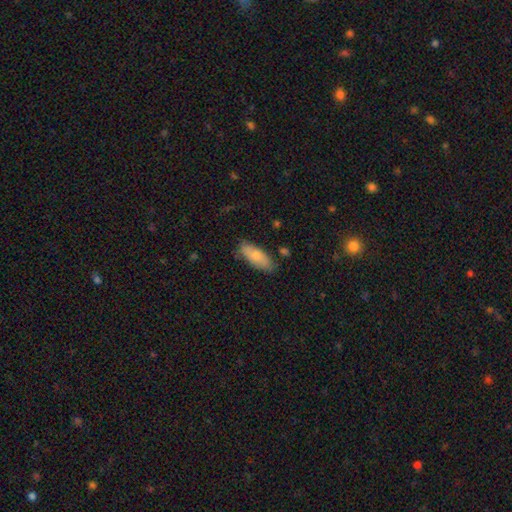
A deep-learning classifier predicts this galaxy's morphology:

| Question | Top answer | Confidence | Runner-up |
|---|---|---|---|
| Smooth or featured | smooth | 74% | featured or disk (20%) |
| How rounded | in between | 78% | cigar-shaped (20%) |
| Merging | none | 76% | minor disturbance (18%) |